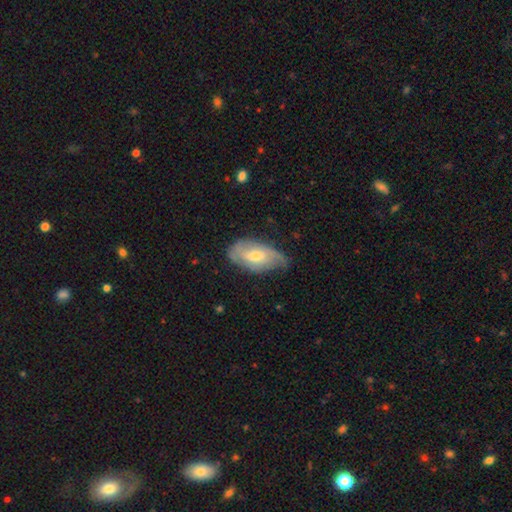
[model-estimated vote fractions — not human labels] This appears to be a featured or disk galaxy (56%) with no bar (47%), spiral arms (79%) and a moderate central bulge (61%). Merging: none (53%).